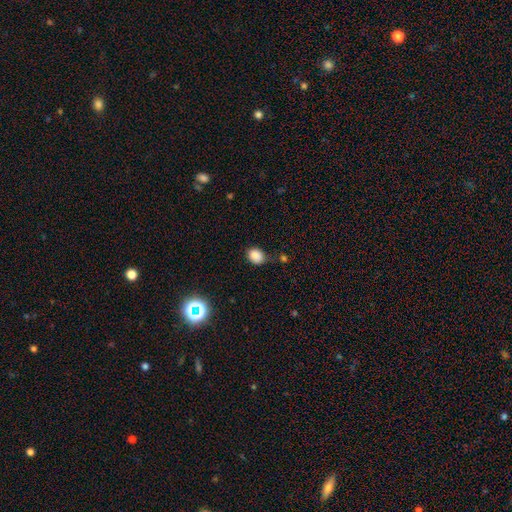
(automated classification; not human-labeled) Smooth or featured: smooth — 85% (star or artifact — 11%)
How rounded: in between — 53% (round — 46%)
Merging: none — 67% (minor disturbance — 23%)